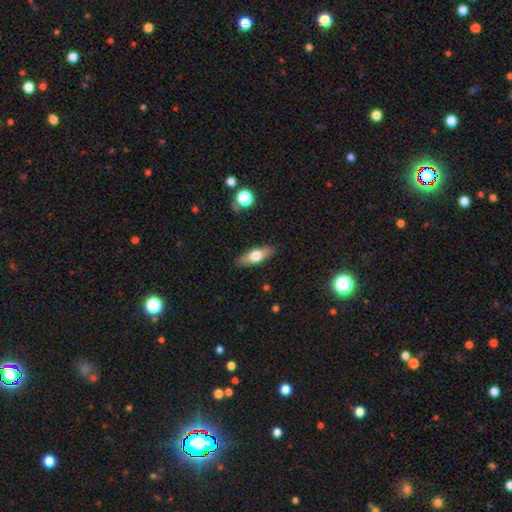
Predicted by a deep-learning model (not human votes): Smooth or featured: smooth — 58% (featured or disk — 35%)
How rounded: in between — 59% (cigar-shaped — 37%)
Merging: none — 87% (minor disturbance — 10%)